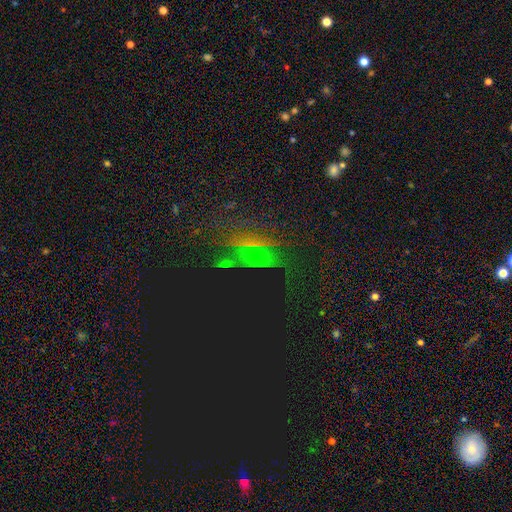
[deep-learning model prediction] Smooth or featured: star or artifact — 59% (smooth — 23%)